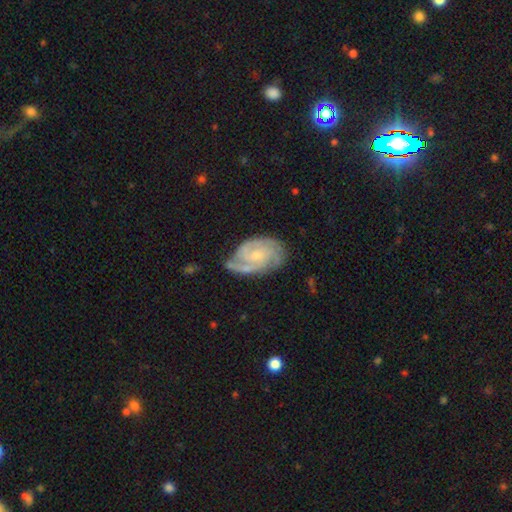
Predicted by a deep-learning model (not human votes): smooth-or-featured: featured or disk: 87% | smooth: 8% | star or artifact: 5%
  disk-edge-on: no: 98% | yes: 2%
    bar: no: 63% | weak: 32% | strong: 5%
    has-spiral-arms: yes: 98% | no: 2%
      spiral-winding: tight: 60% | medium: 34% | loose: 6%
      spiral-arm-count: 3: 42% | 2: 24% | can't tell: 14% | 4: 10% | 1: 5% | more than 4: 5%
    bulge-size: small: 63% | moderate: 31% | none: 4% | large: 1% | dominant: 1%
  merging: none: 68% | minor disturbance: 23% | major disturbance: 7% | merger: 2%